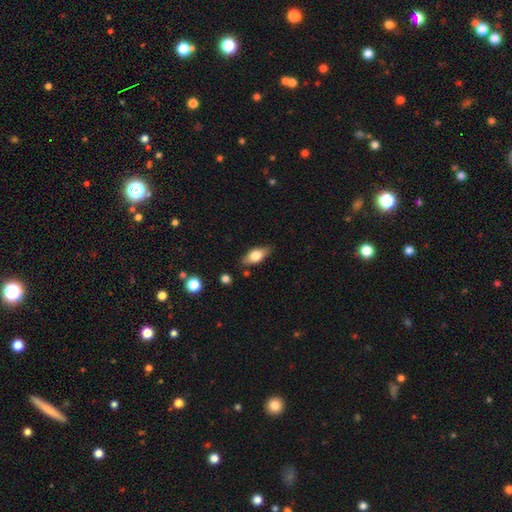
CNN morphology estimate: Q: Smooth or featured?
A: smooth (67%); runner-up: featured or disk (26%)
Q: How rounded?
A: in between (82%); runner-up: cigar-shaped (14%)
Q: Merging?
A: none (82%); runner-up: minor disturbance (13%)